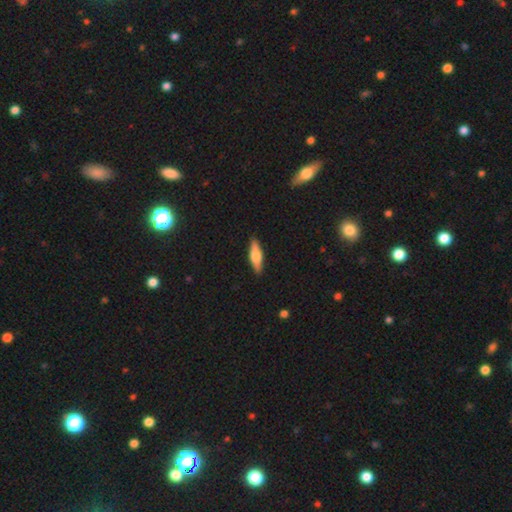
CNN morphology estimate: This appears to be a smooth galaxy with no disk features (56%) that is cigar-shaped (60%). Merging: none (90%).